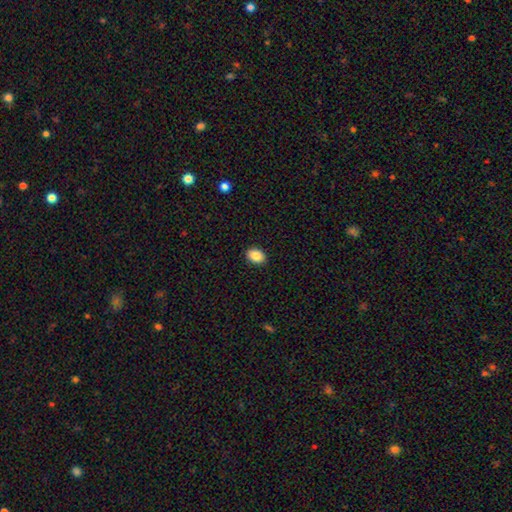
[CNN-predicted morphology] Smooth or featured? smooth (87%)
How rounded? in between (73%)
Merging? none (91%)